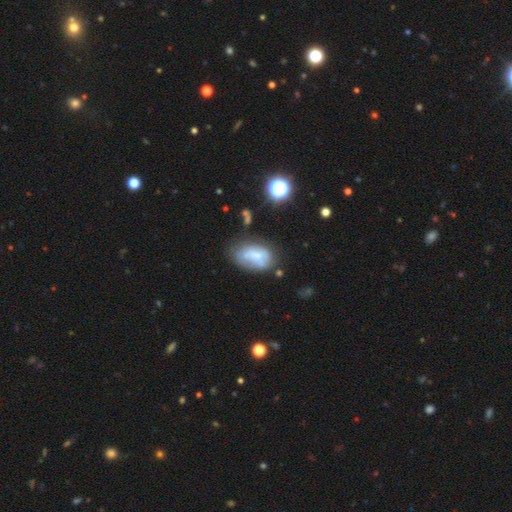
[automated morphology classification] type=smooth (55%); roundness=in between (89%); merging=none (42%).